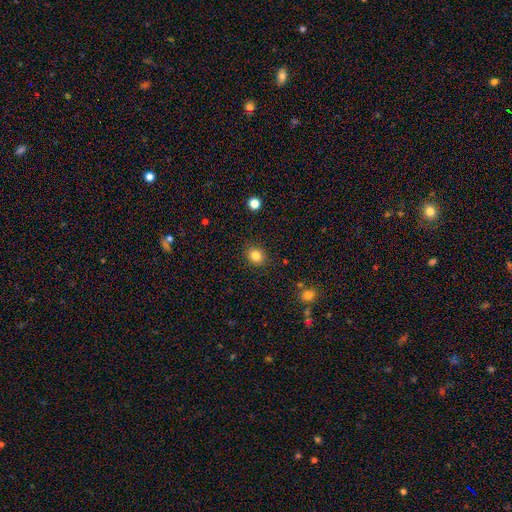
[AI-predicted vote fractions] Morphology: type=smooth (84%); roundness=round (69%); merging=none (88%).